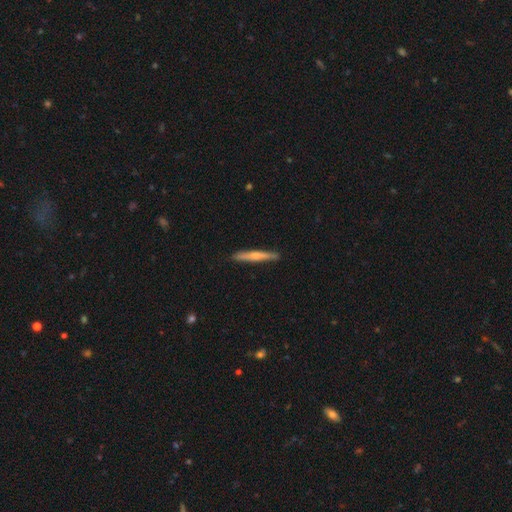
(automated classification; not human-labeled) Smooth or featured?
  - smooth: 48% *
  - featured or disk: 46%
  - star or artifact: 5%
Merging?
  - none: 89% *
  - minor disturbance: 8%
  - major disturbance: 1%
  - merger: 1%